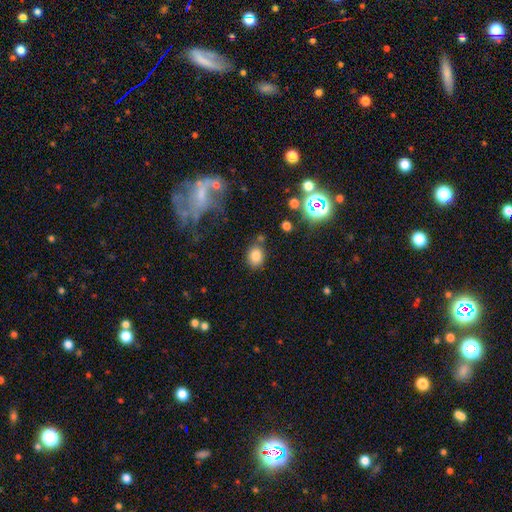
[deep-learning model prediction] Q: Smooth or featured?
A: smooth (80%); runner-up: star or artifact (12%)
Q: How rounded?
A: in between (56%); runner-up: round (43%)
Q: Merging?
A: none (76%); runner-up: minor disturbance (13%)